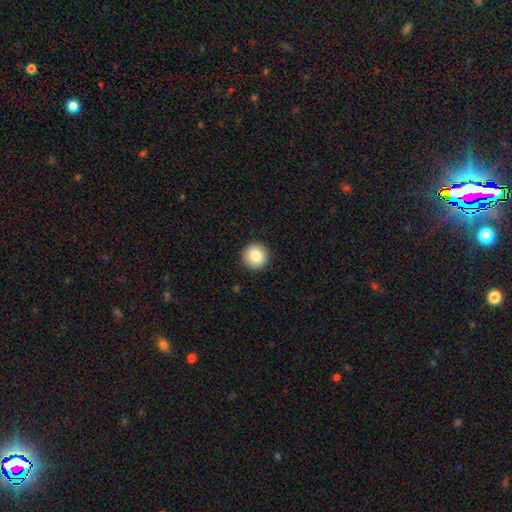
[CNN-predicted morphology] type=smooth (87%); roundness=round (95%); merging=none (92%).